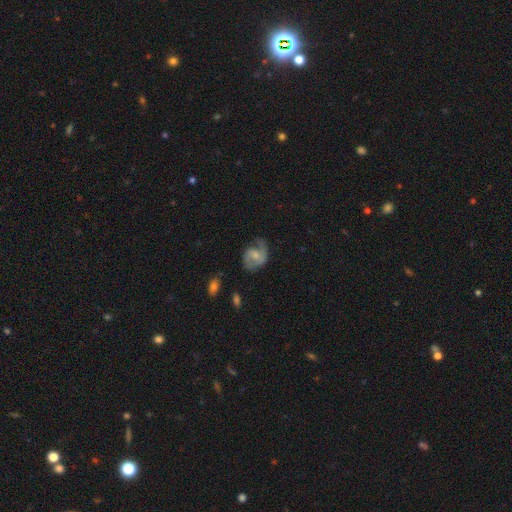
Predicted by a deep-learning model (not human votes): A featured or disk galaxy (67%) with no bar (52%), 2 (64%) medium (46%) spiral arms (88%) and a small central bulge (45%). Merging: none (52%).